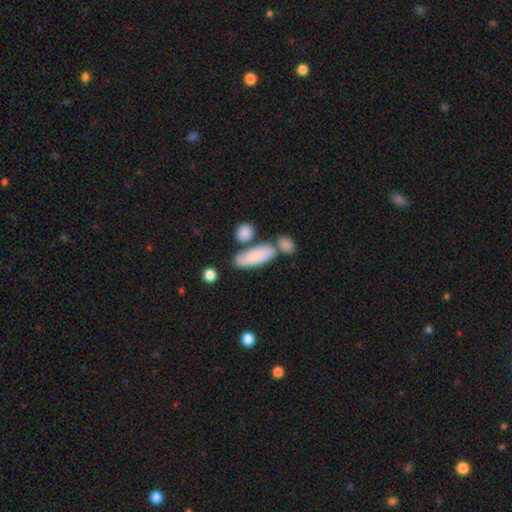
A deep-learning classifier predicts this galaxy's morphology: A smooth galaxy with no disk features (76%) that is in between round and cigar-shaped (70%). Merging: none (55%).